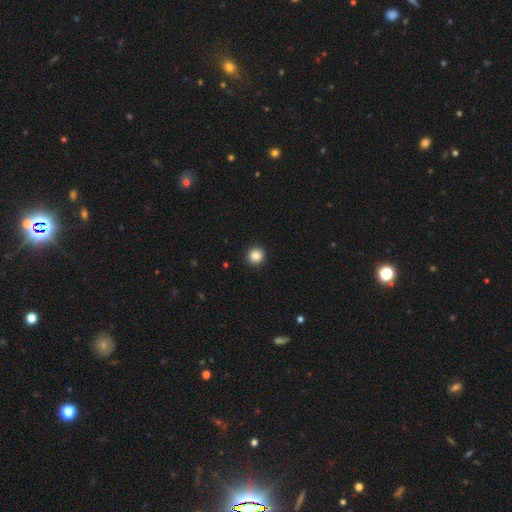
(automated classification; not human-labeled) Smooth or featured: smooth — 88% (star or artifact — 10%)
How rounded: round — 92% (in between — 7%)
Merging: none — 92% (minor disturbance — 5%)